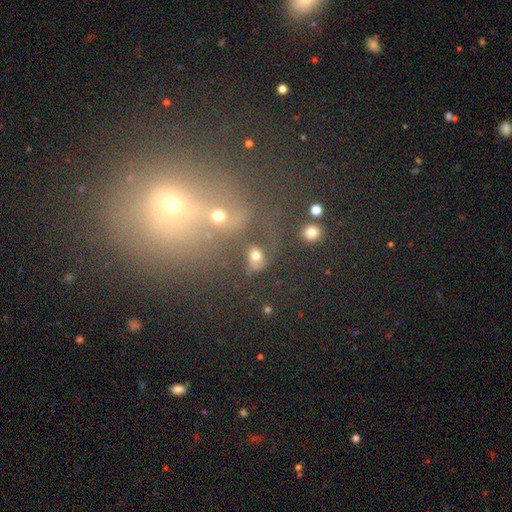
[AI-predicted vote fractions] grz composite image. It shows a smooth galaxy with no disk features (64%) that is in between round and cigar-shaped (59%). Merging: none (44%).